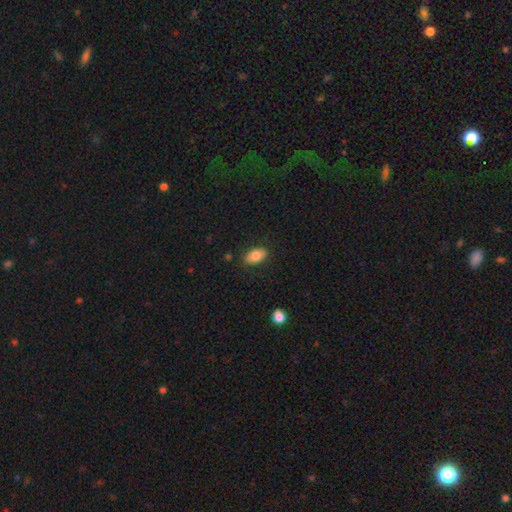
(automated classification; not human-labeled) smooth 81%, featured or disk 12%, star or artifact 7%. Down the decision tree: how rounded — in between (91%); merging — none (84%).